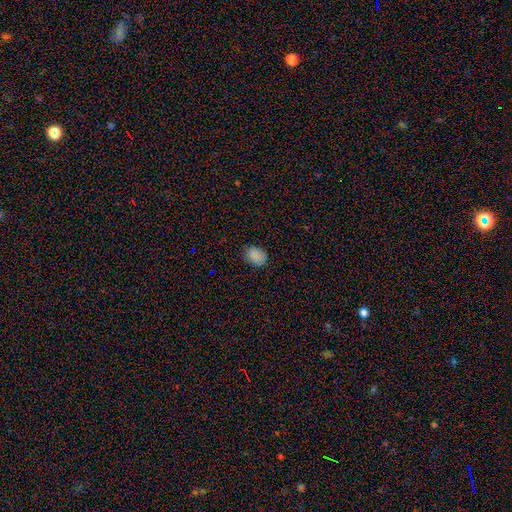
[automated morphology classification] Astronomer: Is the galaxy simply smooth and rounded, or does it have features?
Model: smooth — 87%.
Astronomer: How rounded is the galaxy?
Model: in between — 77%.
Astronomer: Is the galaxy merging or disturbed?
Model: none — 82%.